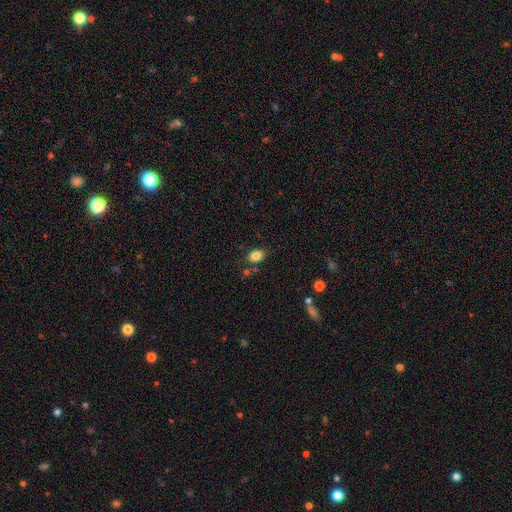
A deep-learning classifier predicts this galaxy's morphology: This is clearly a smooth galaxy (85%). How rounded: clearly in between (82%). Merging: likely none (77%).